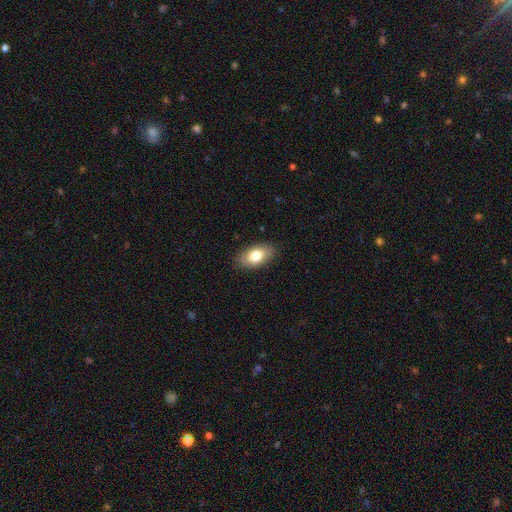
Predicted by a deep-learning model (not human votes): Smooth or featured? Predicted: smooth (p=0.77). How rounded? Predicted: in between (p=0.92). Merging? Predicted: none (p=0.86).